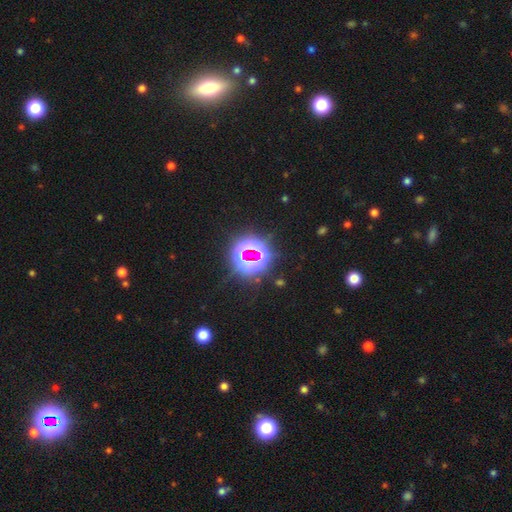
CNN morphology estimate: star or artifact 75%, smooth 15%, featured or disk 10%.